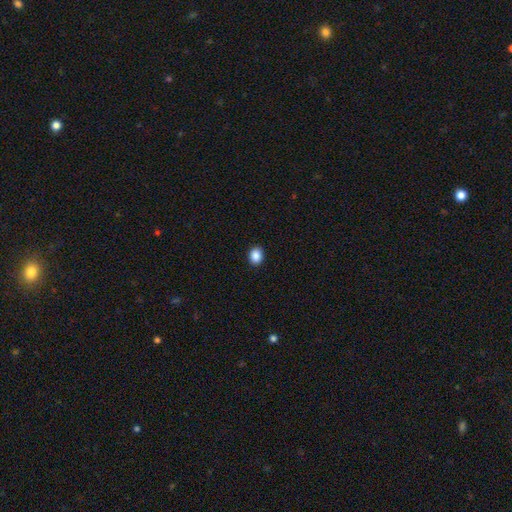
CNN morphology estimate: smooth 88%, star or artifact 9%, featured or disk 3%. Down the decision tree: how rounded — round (50%); merging — none (91%).